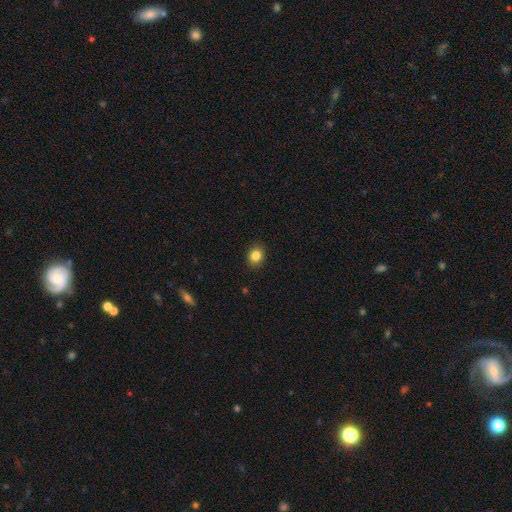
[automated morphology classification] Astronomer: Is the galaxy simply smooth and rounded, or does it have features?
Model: smooth — 84%.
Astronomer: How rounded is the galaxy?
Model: round — 64%.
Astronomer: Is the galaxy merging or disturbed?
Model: none — 89%.